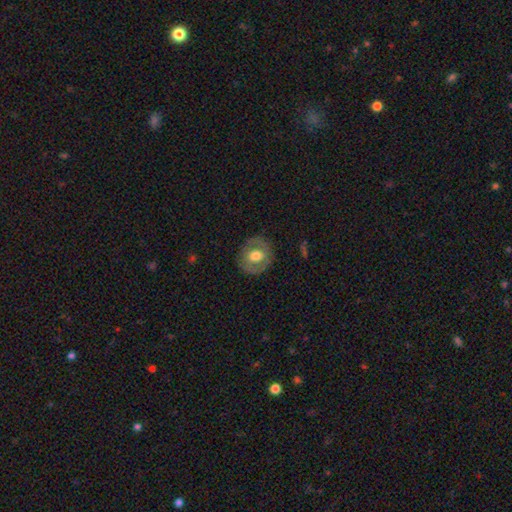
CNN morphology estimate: Smooth or featured? Predicted: smooth (p=0.51). How rounded? Predicted: round (p=0.75). Merging? Predicted: none (p=0.84).